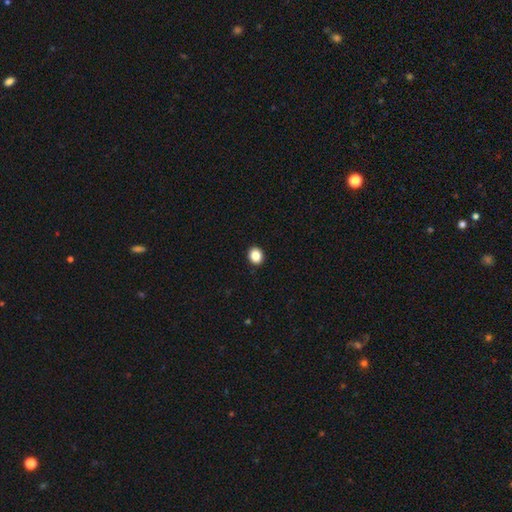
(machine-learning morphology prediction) smooth-or-featured: smooth: 87% | star or artifact: 10% | featured or disk: 4%
  how-rounded: round: 67% | in between: 32% | cigar-shaped: 1%
  merging: none: 93% | minor disturbance: 5% | major disturbance: 1% | merger: 1%